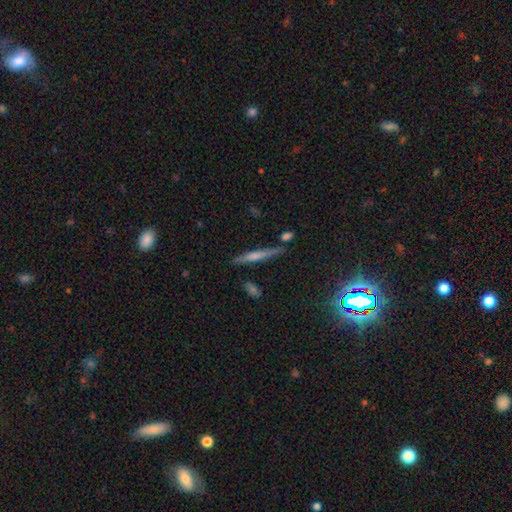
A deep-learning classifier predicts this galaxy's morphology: Smooth or featured? smooth (47%)
Merging? none (78%)